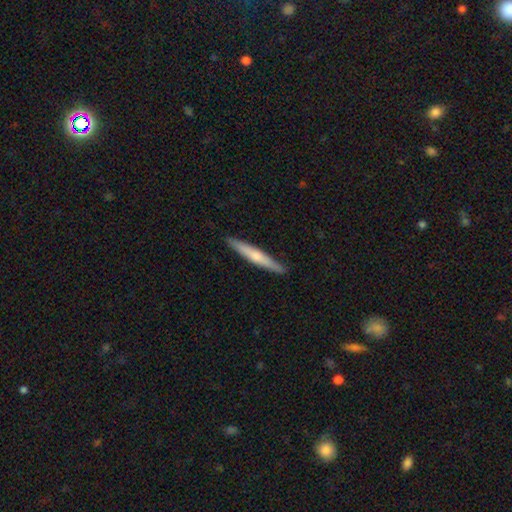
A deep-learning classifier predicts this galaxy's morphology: Smooth or featured? smooth (51%)
How rounded? cigar-shaped (95%)
Merging? none (90%)